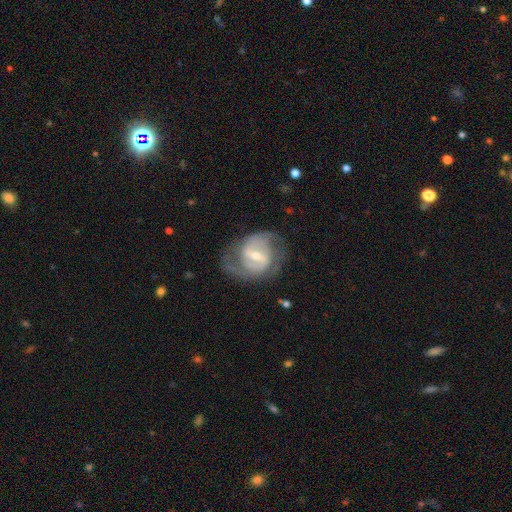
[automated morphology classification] Smooth or featured?
  - featured or disk: 84% *
  - smooth: 11%
  - star or artifact: 5%
Edge-on disk?
  - no: 97% *
  - yes: 3%
Bar?
  - weak: 52% *
  - strong: 27%
  - no: 21%
Spiral arms?
  - yes: 91% *
  - no: 9%
Spiral winding?
  - medium: 50% *
  - tight: 29%
  - loose: 22%
Spiral arm count?
  - 2: 76% *
  - can't tell: 12%
  - 3: 6%
  - 1: 3%
  - 4: 2%
  - more than 4: 2%
Bulge size?
  - moderate: 52% *
  - small: 44%
  - large: 2%
  - none: 1%
  - dominant: 1%
Merging?
  - none: 65% *
  - minor disturbance: 20%
  - major disturbance: 14%
  - merger: 2%